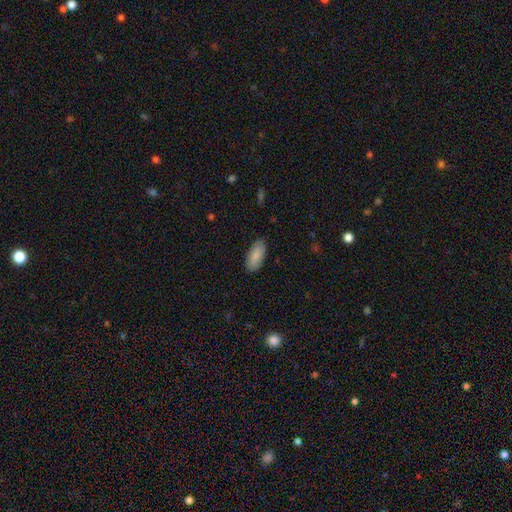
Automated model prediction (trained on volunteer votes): Smooth or featured: smooth — 87% (featured or disk — 8%)
How rounded: in between — 90% (cigar-shaped — 8%)
Merging: none — 86% (minor disturbance — 10%)